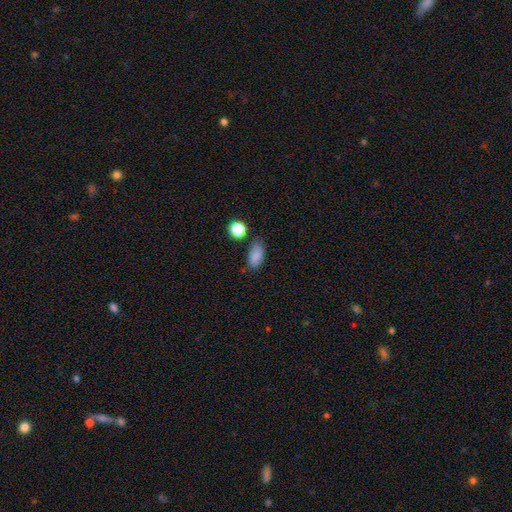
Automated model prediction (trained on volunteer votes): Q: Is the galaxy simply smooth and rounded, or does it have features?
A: smooth — 84%.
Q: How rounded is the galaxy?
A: in between — 89%.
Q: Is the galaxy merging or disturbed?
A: none — 70%.